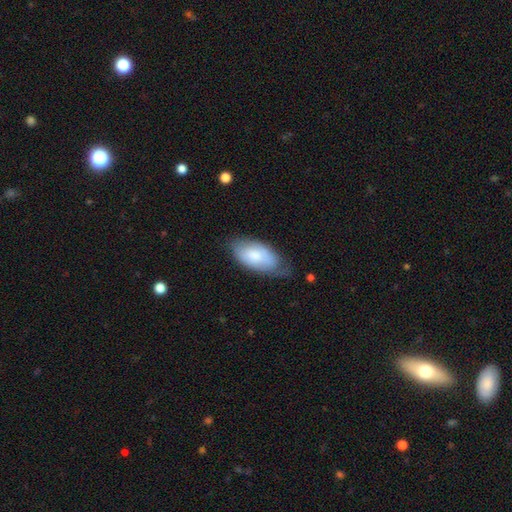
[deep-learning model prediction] A smooth galaxy with no disk features (72%) that is in between round and cigar-shaped (94%). Merging: none (54%).